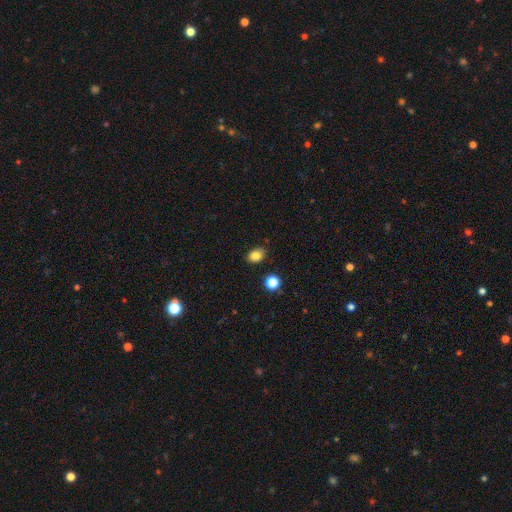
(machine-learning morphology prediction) smooth-or-featured: smooth: 83% | star or artifact: 10% | featured or disk: 7%
  how-rounded: in between: 71% | round: 27% | cigar-shaped: 1%
  merging: none: 86% | minor disturbance: 10% | merger: 2% | major disturbance: 2%